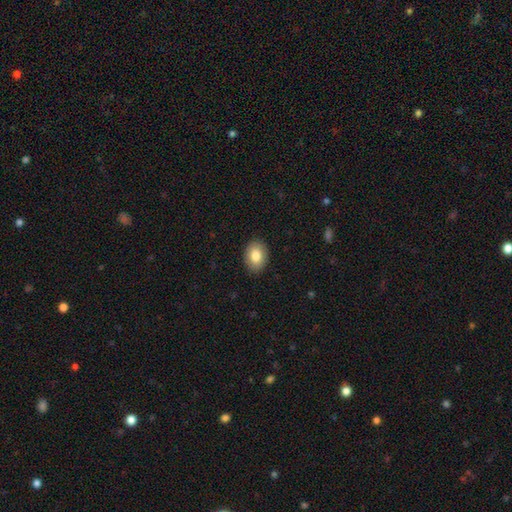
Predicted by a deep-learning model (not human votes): The model was most divided on "how rounded": in between: 75%, round: 24%, cigar-shaped: 1%. More confident: merging — none (89%); smooth or featured — smooth (82%).